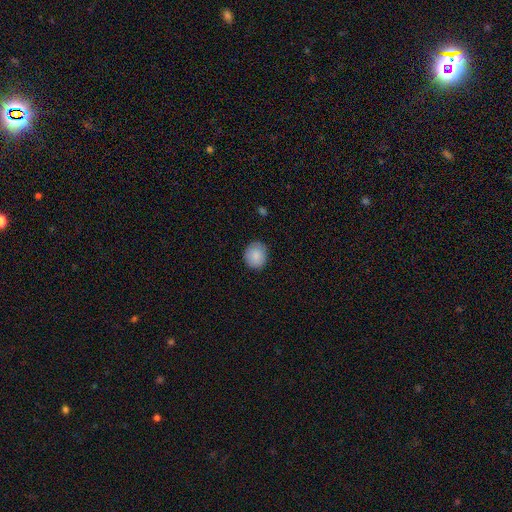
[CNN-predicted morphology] This appears to be a smooth galaxy with no disk features (87%) that is round (74%). Merging: none (86%).